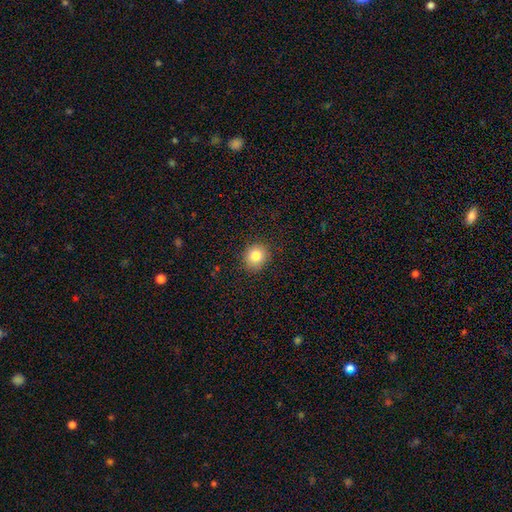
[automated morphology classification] Smooth or featured: smooth — 82% (star or artifact — 10%)
How rounded: round — 83% (in between — 16%)
Merging: none — 87% (minor disturbance — 9%)